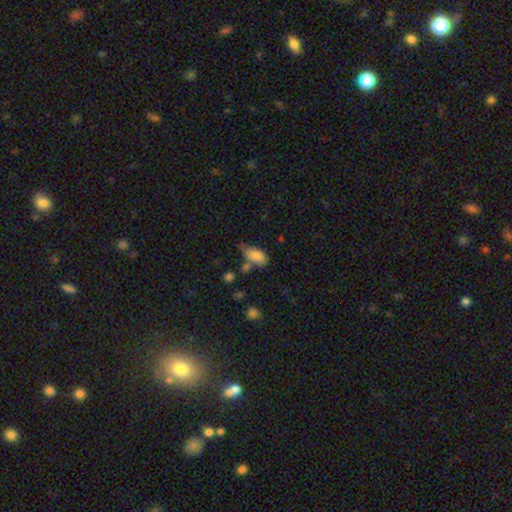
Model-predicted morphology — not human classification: type=smooth (83%); roundness=in between (91%); merging=none (42%).